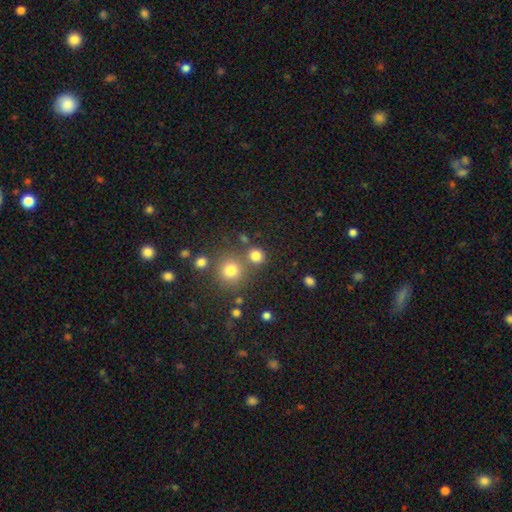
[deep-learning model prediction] This appears to be a smooth galaxy with no disk features (78%) that is round (87%). Merging: none (72%).